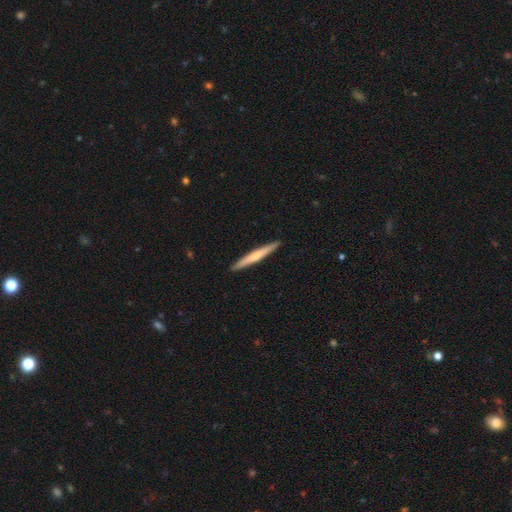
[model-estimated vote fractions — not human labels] Smooth or featured? Predicted: smooth (p=0.55). How rounded? Predicted: cigar-shaped (p=0.96). Merging? Predicted: none (p=0.93).